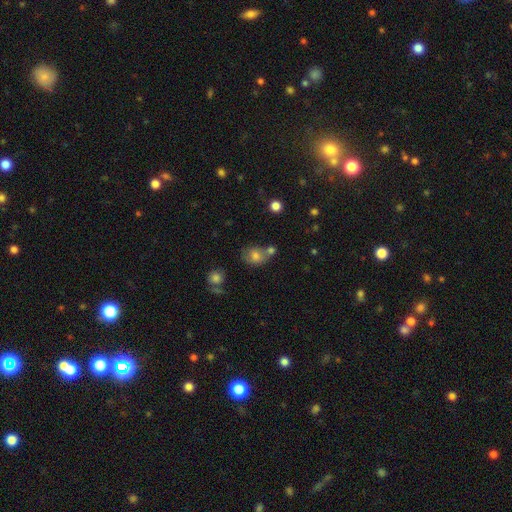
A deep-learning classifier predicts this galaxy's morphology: This appears to be a smooth galaxy with no disk features (75%) that is in between round and cigar-shaped (51%). Merging: none (47%).